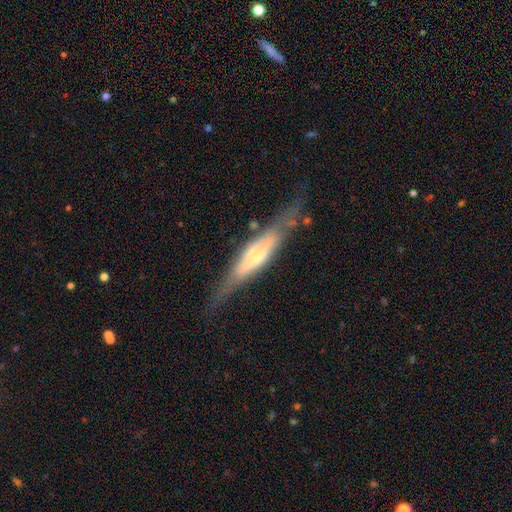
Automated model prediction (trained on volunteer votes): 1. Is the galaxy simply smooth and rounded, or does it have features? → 68% featured or disk, 25% smooth, 7% star or artifact.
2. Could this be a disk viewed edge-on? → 89% yes, 11% no.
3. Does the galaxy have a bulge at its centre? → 57% rounded, 28% boxy, 15% none.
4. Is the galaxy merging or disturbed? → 68% none, 20% minor disturbance, 9% major disturbance, 3% merger.